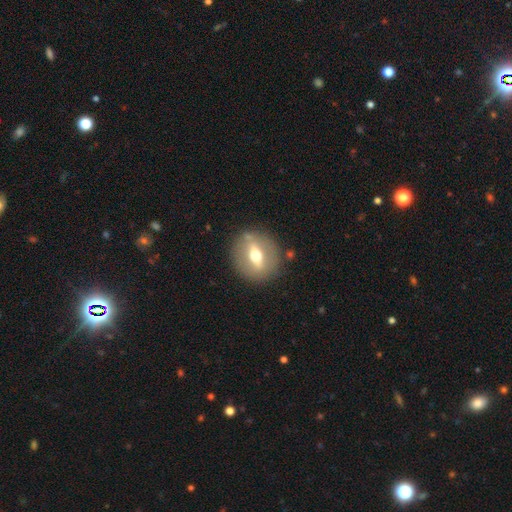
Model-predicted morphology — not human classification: smooth_or_featured: featured or disk (p=0.57) [alt: smooth p=0.35]
disk_edge_on: no (p=0.62) [alt: yes p=0.38]
merging: none (p=0.84) [alt: minor disturbance p=0.10]